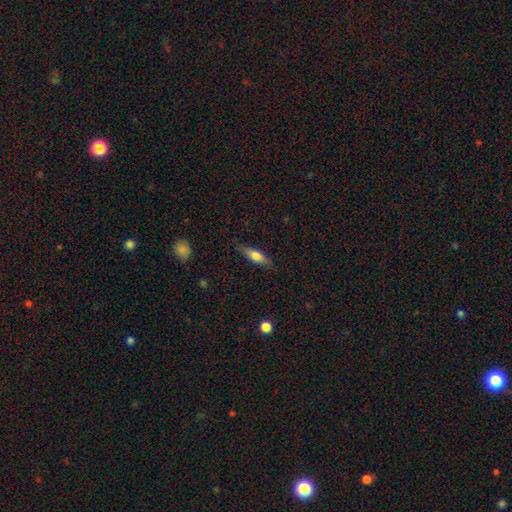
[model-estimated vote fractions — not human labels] Smooth or featured: smooth — 63% (featured or disk — 30%)
How rounded: cigar-shaped — 58% (in between — 39%)
Merging: none — 81% (minor disturbance — 15%)